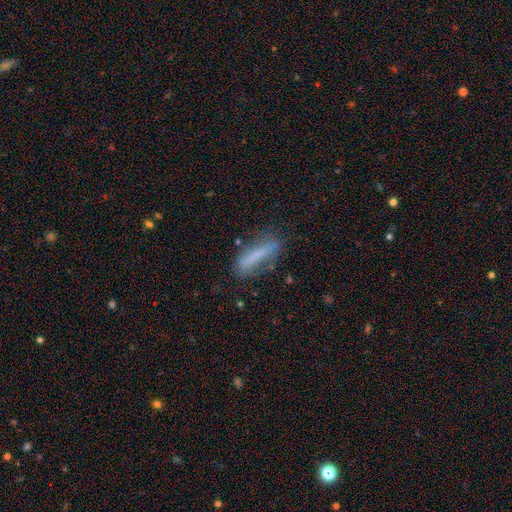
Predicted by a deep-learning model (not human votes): Smooth or featured?
  - smooth: 69% *
  - featured or disk: 23%
  - star or artifact: 9%
How rounded?
  - cigar-shaped: 79% *
  - in between: 19%
  - round: 2%
Merging?
  - none: 71% *
  - minor disturbance: 19%
  - major disturbance: 7%
  - merger: 3%